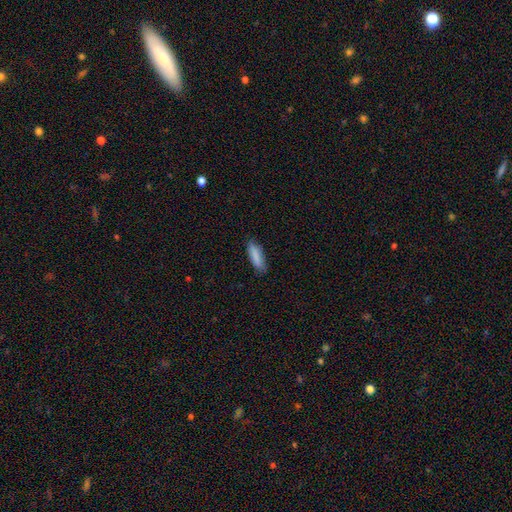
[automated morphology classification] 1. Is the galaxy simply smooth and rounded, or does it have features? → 87% smooth, 7% featured or disk, 6% star or artifact.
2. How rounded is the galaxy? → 51% cigar-shaped, 48% in between, 1% round.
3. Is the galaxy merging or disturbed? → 82% none, 14% minor disturbance, 3% major disturbance, 1% merger.